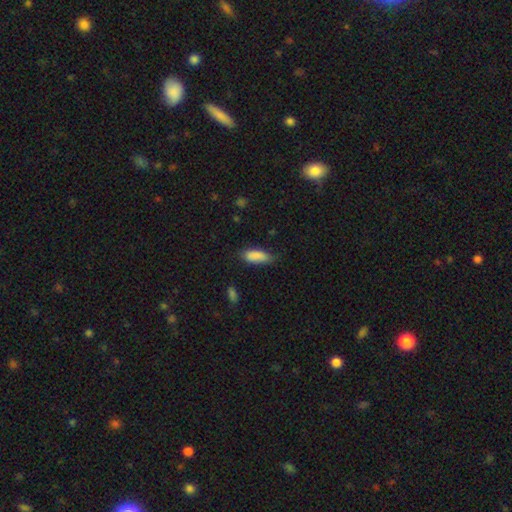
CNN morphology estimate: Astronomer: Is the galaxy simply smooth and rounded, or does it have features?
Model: smooth — 88%.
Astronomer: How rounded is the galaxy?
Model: in between — 74%.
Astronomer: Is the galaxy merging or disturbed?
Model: none — 68%.